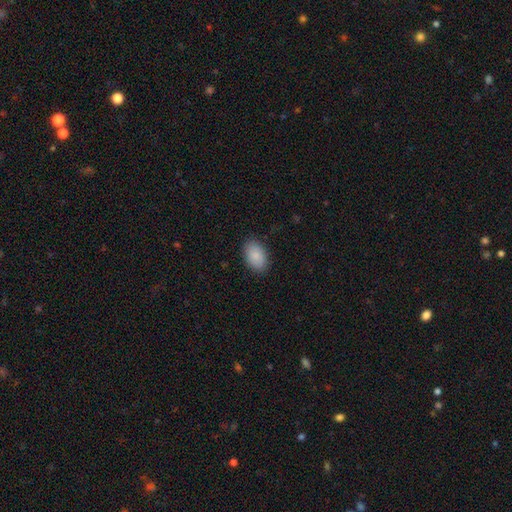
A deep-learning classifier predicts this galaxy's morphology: Smooth or featured? Predicted: smooth (p=0.88). How rounded? Predicted: in between (p=0.90). Merging? Predicted: none (p=0.87).